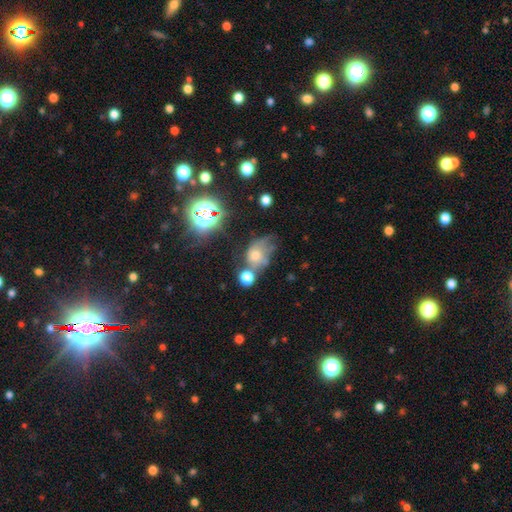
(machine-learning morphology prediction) Q: Smooth or featured?
A: smooth (41%); runner-up: featured or disk (31%)
Q: Merging?
A: none (34%); runner-up: minor disturbance (25%)